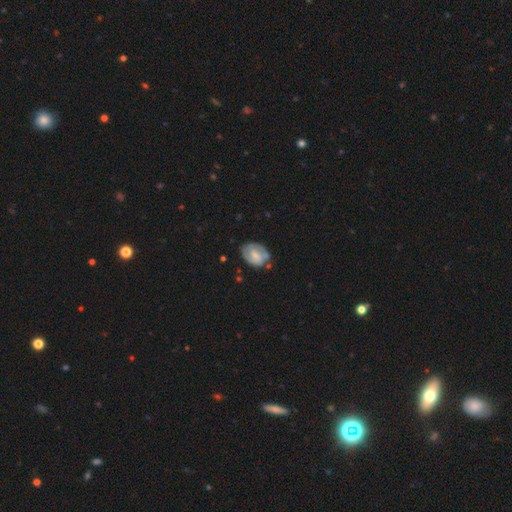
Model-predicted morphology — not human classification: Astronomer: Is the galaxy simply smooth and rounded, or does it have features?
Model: featured or disk — 57% (runner-up: smooth, 37%).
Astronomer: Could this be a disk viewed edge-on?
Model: no — 96%.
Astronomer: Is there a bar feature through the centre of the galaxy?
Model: weak — 49% (runner-up: no, 36%).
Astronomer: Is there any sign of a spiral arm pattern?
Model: yes — 75%.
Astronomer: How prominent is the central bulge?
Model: small — 43% (runner-up: moderate, 40%).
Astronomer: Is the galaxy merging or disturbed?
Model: none — 62%.